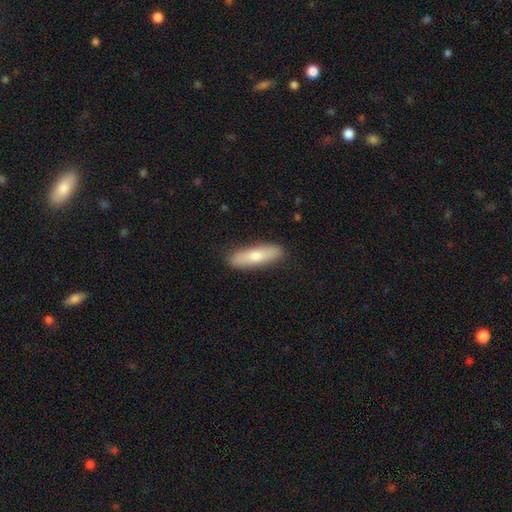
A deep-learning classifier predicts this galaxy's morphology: Smooth or featured?
  - smooth: 70% *
  - featured or disk: 24%
  - star or artifact: 6%
How rounded?
  - cigar-shaped: 63% *
  - in between: 35%
  - round: 2%
Merging?
  - none: 88% *
  - minor disturbance: 9%
  - major disturbance: 2%
  - merger: 1%